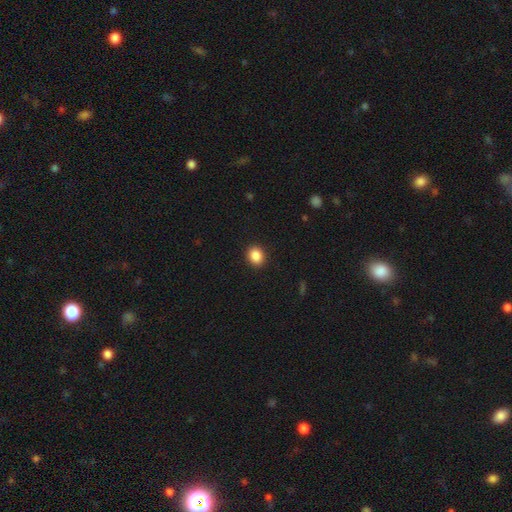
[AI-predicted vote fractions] This is clearly a smooth galaxy (88%). How rounded: possibly round (58%). Merging: clearly none (91%).